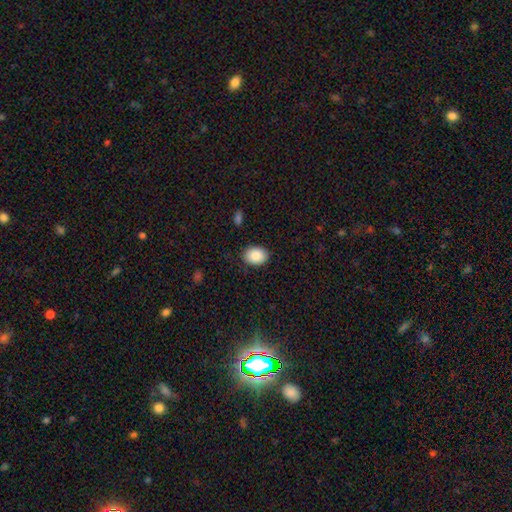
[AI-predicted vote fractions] Overall: smooth (87%). How rounded: in between (70%). Merging: none (87%).